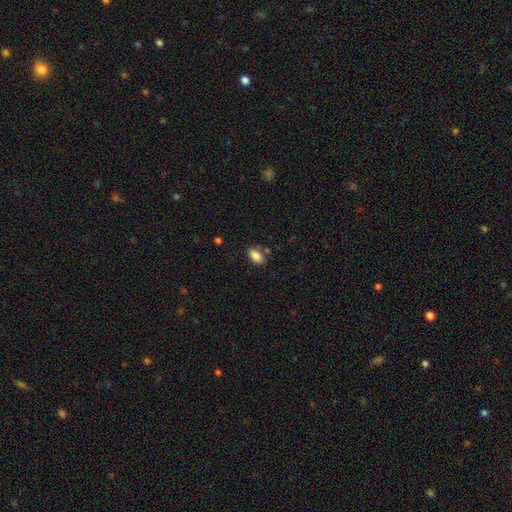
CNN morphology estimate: Smooth or featured?
  - smooth: 86% *
  - star or artifact: 8%
  - featured or disk: 5%
How rounded?
  - in between: 90% *
  - round: 7%
  - cigar-shaped: 3%
Merging?
  - none: 75% *
  - minor disturbance: 15%
  - merger: 6%
  - major disturbance: 4%